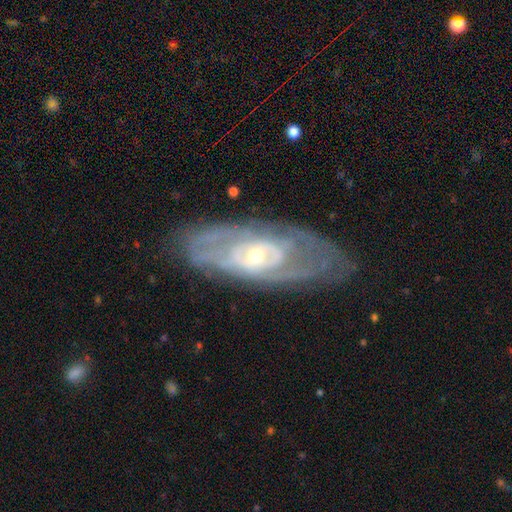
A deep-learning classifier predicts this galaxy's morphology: Smooth or featured?
  - featured or disk: 81% *
  - smooth: 13%
  - star or artifact: 6%
Edge-on disk?
  - no: 86% *
  - yes: 14%
Bar?
  - no: 70% *
  - weak: 22%
  - strong: 8%
Spiral arms?
  - yes: 73% *
  - no: 27%
Spiral winding?
  - tight: 67% *
  - medium: 25%
  - loose: 8%
Spiral arm count?
  - can't tell: 54% *
  - 2: 26%
  - 3: 7%
  - 1: 4%
  - 4: 4%
  - more than 4: 3%
Bulge size?
  - small: 59% *
  - moderate: 36%
  - large: 2%
  - none: 1%
  - dominant: 1%
Merging?
  - none: 73% *
  - minor disturbance: 17%
  - major disturbance: 8%
  - merger: 2%